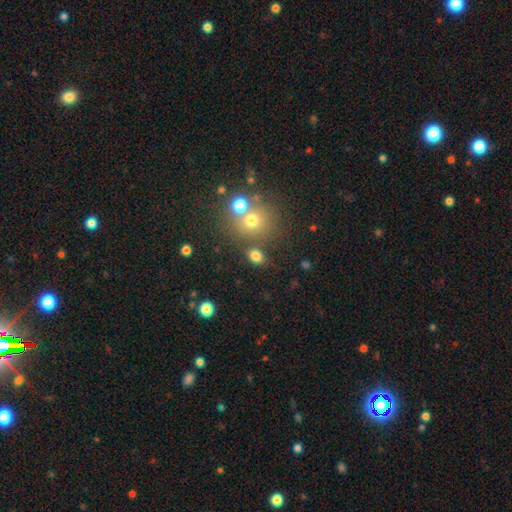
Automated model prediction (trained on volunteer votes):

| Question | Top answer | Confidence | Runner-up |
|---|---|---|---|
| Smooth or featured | smooth | 77% | star or artifact (15%) |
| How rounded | in between | 62% | round (37%) |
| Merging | none | 71% | merger (13%) |